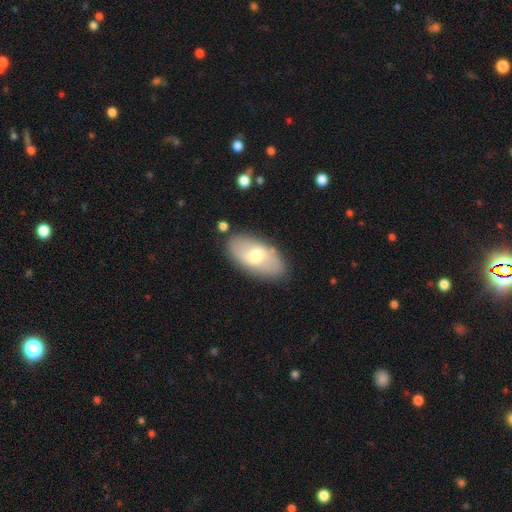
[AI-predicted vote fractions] Q: Smooth or featured?
A: smooth (51%); runner-up: featured or disk (42%)
Q: How rounded?
A: in between (92%); runner-up: round (4%)
Q: Merging?
A: none (82%); runner-up: minor disturbance (12%)